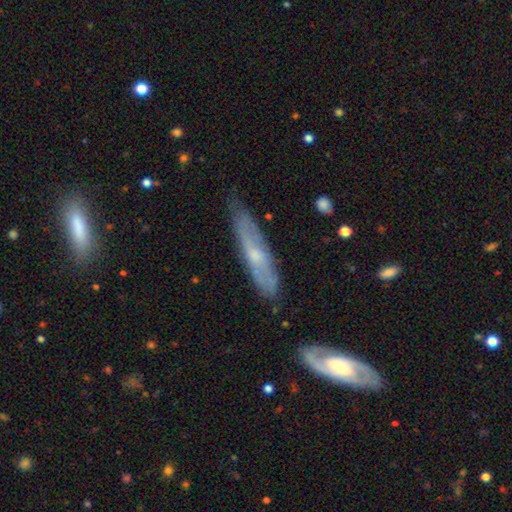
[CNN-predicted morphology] smooth-or-featured: featured or disk: 56% | smooth: 38% | star or artifact: 6%
  disk-edge-on: yes: 52% | no: 48%
  merging: none: 70% | minor disturbance: 23% | major disturbance: 5% | merger: 2%